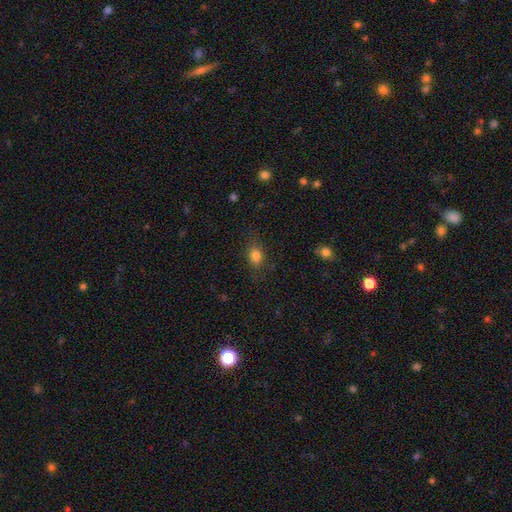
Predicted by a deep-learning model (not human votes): Overall: smooth (80%). How rounded: in between (58%; round 40%). Merging: none (79%).